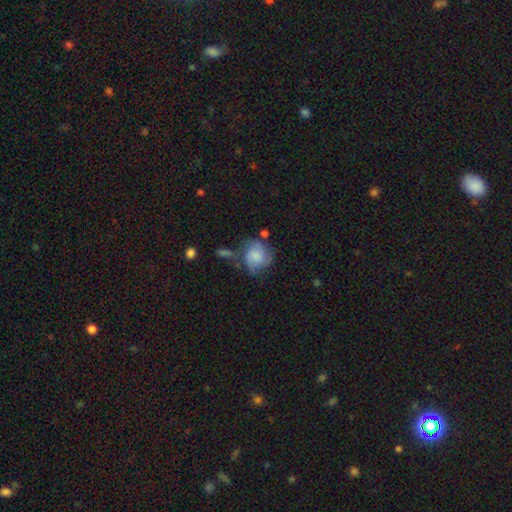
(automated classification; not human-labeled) Morphology: type=featured or disk (50%); edge-on=no (97%); merging=none (48%).